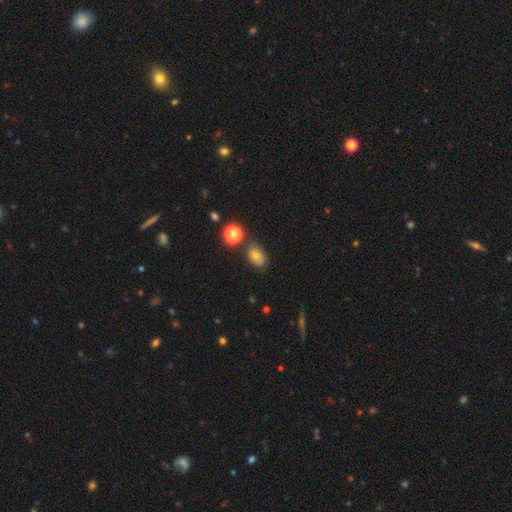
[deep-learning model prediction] This is likely a smooth galaxy (69%). How rounded: likely in between (77%). Merging: likely none (70%).